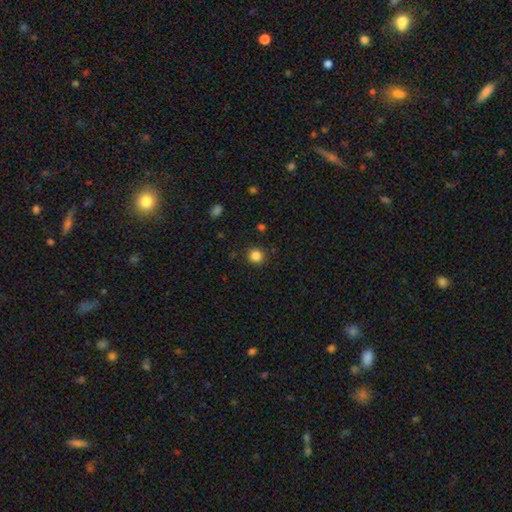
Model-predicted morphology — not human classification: A smooth galaxy with no disk features (85%) that is round (88%).

Vote fractions:
- Smooth or featured? smooth: 85% / star or artifact: 11% / featured or disk: 4%
- How rounded? round: 88% / in between: 11% / cigar-shaped: 1%
- Merging? none: 89% / minor disturbance: 7% / major disturbance: 2% / merger: 1%